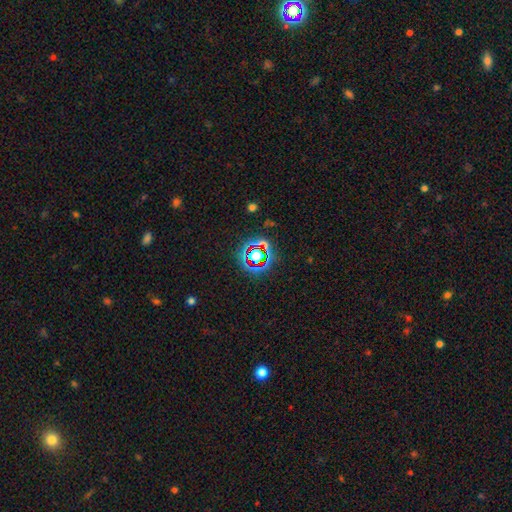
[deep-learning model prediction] Smooth or featured? star or artifact (69%)